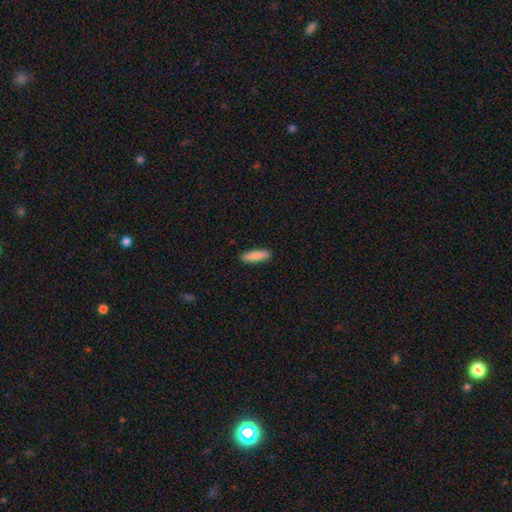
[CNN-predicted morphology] Overall: smooth (82%). How rounded: cigar-shaped (56%; in between 42%). Merging: none (90%).